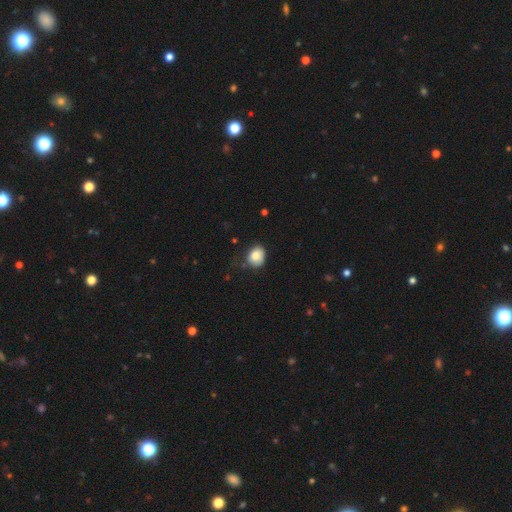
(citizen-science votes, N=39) Morphology: type=smooth (92%); roundness=in between (56%); merging=none (50%).